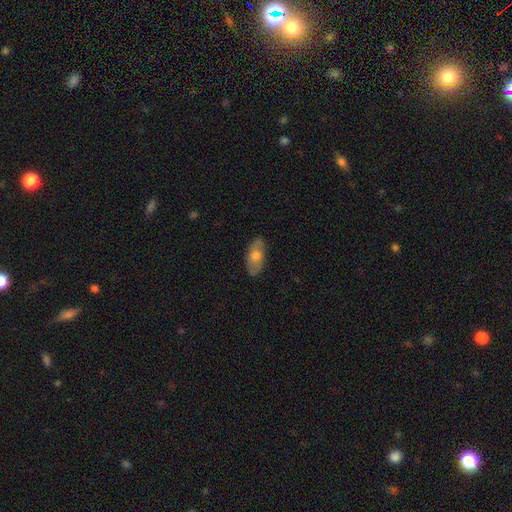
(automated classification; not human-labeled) Overall: smooth (66%; featured or disk 28%). How rounded: in between (91%). Merging: none (82%).